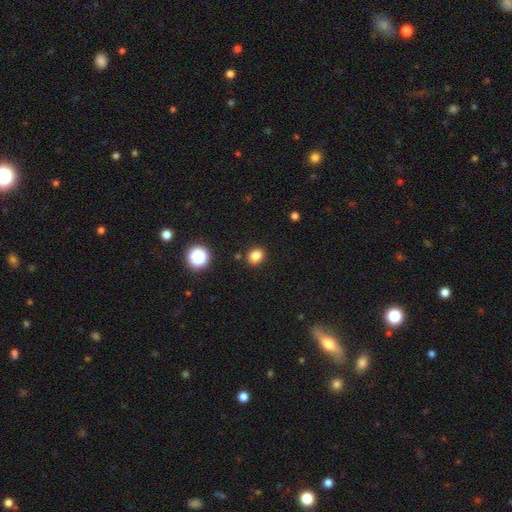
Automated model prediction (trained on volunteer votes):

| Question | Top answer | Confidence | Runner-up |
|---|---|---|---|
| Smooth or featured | smooth | 82% | star or artifact (13%) |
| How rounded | round | 59% | in between (40%) |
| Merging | none | 88% | minor disturbance (7%) |